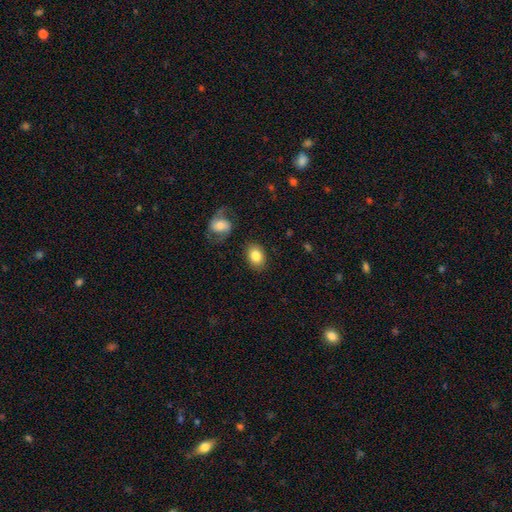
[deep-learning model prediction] Smooth or featured?
  - smooth: 83% *
  - featured or disk: 10%
  - star or artifact: 7%
How rounded?
  - in between: 73% *
  - round: 26%
  - cigar-shaped: 1%
Merging?
  - none: 83% *
  - minor disturbance: 10%
  - merger: 4%
  - major disturbance: 3%